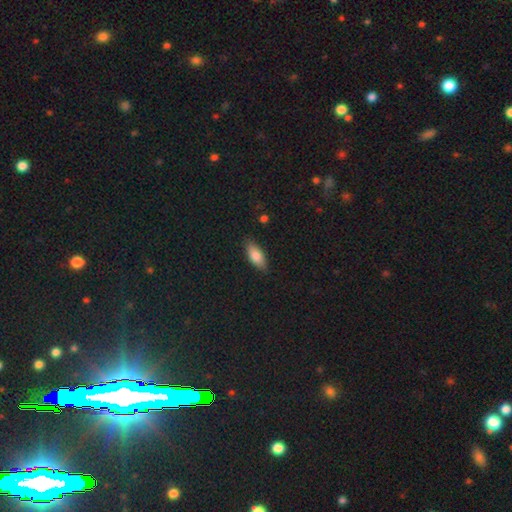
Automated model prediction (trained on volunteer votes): Smooth or featured?
  - smooth: 80% *
  - featured or disk: 13%
  - star or artifact: 7%
How rounded?
  - in between: 82% *
  - cigar-shaped: 16%
  - round: 2%
Merging?
  - none: 84% *
  - minor disturbance: 12%
  - major disturbance: 2%
  - merger: 1%